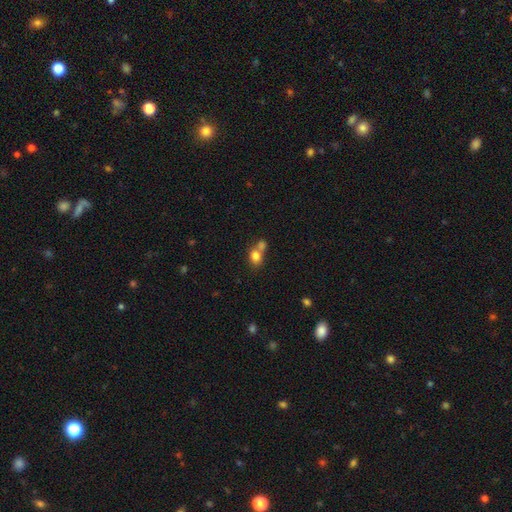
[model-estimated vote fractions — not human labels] Smooth or featured: smooth — 80% (star or artifact — 10%)
How rounded: round — 50% (in between — 49%)
Merging: merger — 52% (none — 36%)